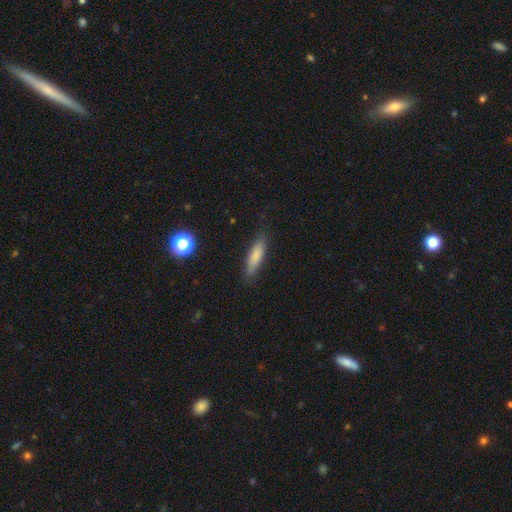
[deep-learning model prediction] Q: Smooth or featured?
A: smooth (80%); runner-up: featured or disk (13%)
Q: How rounded?
A: cigar-shaped (70%); runner-up: in between (28%)
Q: Merging?
A: none (83%); runner-up: minor disturbance (13%)